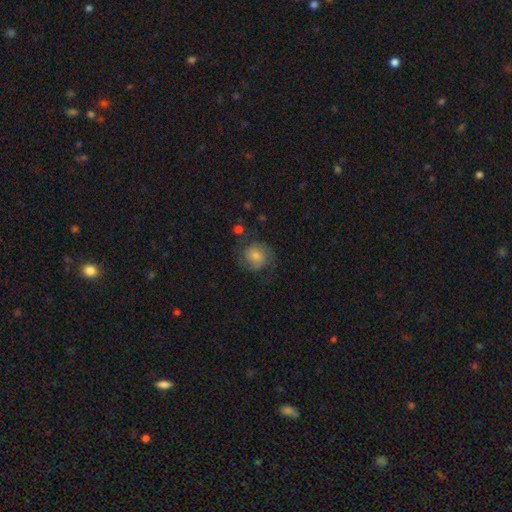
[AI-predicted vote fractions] Q: Smooth or featured?
A: featured or disk (55%); runner-up: smooth (33%)
Q: Edge-on disk?
A: no (98%); runner-up: yes (2%)
Q: Bar?
A: no (66%); runner-up: weak (29%)
Q: Spiral arms?
A: yes (91%); runner-up: no (9%)
Q: Bulge size?
A: small (43%); runner-up: moderate (37%)
Q: Merging?
A: none (73%); runner-up: minor disturbance (16%)